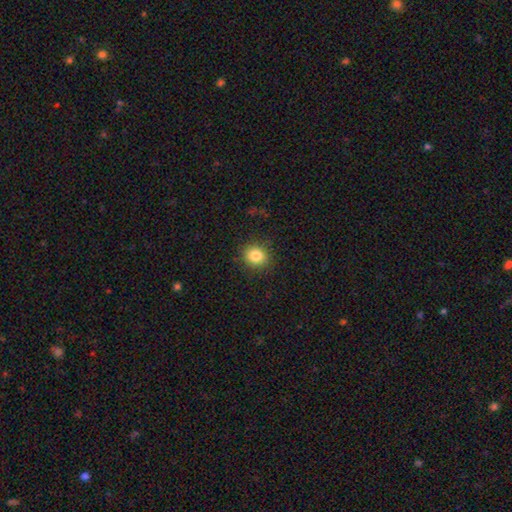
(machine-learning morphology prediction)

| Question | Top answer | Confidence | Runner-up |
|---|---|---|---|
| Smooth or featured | smooth | 84% | star or artifact (11%) |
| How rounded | round | 76% | in between (23%) |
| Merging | none | 88% | minor disturbance (8%) |